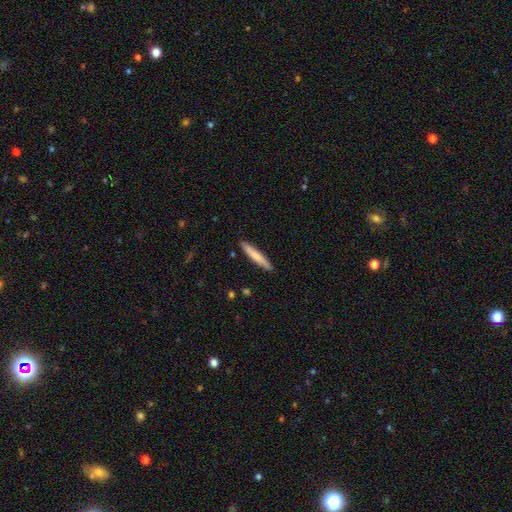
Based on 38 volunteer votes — Smooth or featured?
  - smooth: 66% *
  - featured or disk: 32%
  - star or artifact: 3%
How rounded?
  - cigar-shaped: 92% *
  - in between: 8%
  - round: 0%
Merging?
  - none: 97% *
  - minor disturbance: 3%
  - major disturbance: 0%
  - merger: 0%